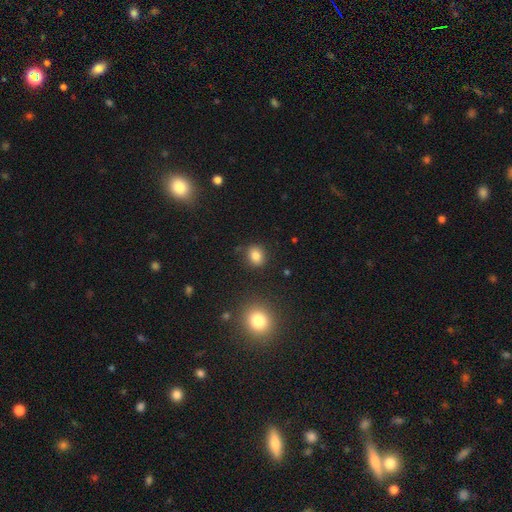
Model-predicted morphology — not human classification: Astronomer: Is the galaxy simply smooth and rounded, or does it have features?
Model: smooth — 82%.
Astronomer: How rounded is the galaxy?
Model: round — 58% (runner-up: in between, 41%).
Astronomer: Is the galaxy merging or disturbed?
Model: none — 85%.